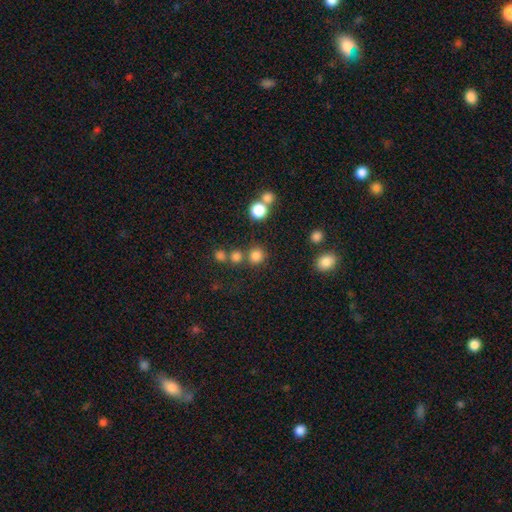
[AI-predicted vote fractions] smooth-or-featured: smooth: 78% | star or artifact: 16% | featured or disk: 5%
  how-rounded: round: 90% | in between: 9% | cigar-shaped: 1%
  merging: none: 74% | merger: 14% | minor disturbance: 8% | major disturbance: 4%